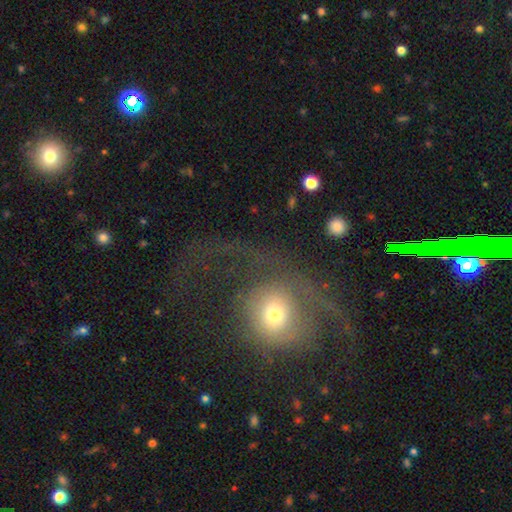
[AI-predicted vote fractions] Overall: featured or disk (46%; smooth 40%). Merging: major disturbance (46%; none 37%).